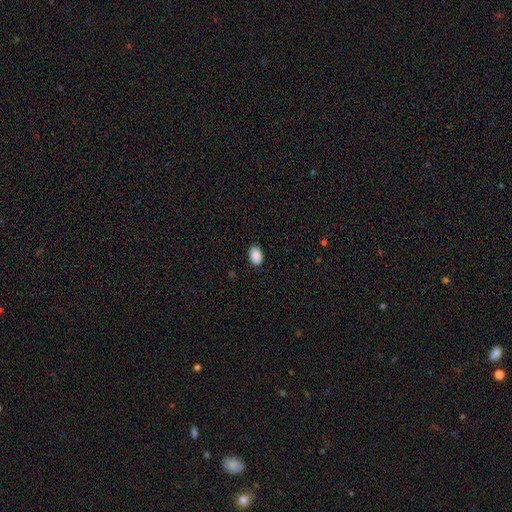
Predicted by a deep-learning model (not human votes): This appears to be a smooth galaxy with no disk features (90%) that is in between round and cigar-shaped (89%). Merging: none (87%).